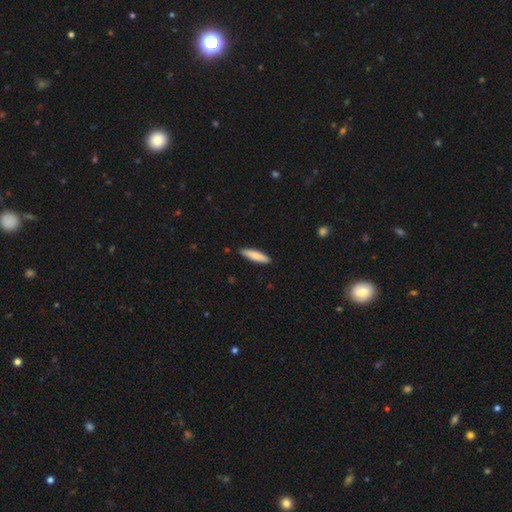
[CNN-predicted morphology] Overall: smooth (82%). How rounded: cigar-shaped (76%). Merging: none (90%).